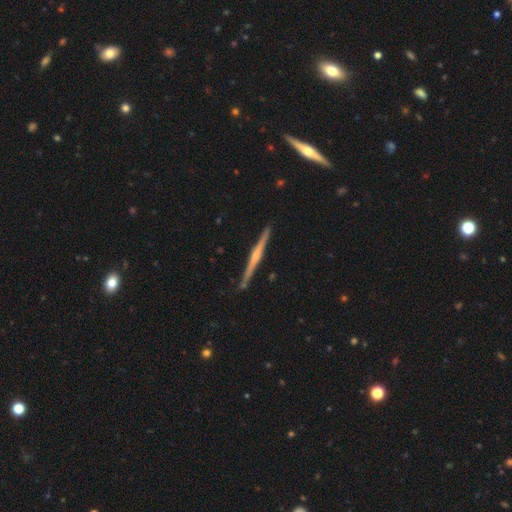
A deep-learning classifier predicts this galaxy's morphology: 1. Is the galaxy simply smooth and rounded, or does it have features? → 80% featured or disk, 15% smooth, 5% star or artifact.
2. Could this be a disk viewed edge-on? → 99% yes, 1% no.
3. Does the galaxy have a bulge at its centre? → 78% rounded, 14% none, 8% boxy.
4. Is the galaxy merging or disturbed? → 90% none, 7% minor disturbance, 2% merger, 1% major disturbance.